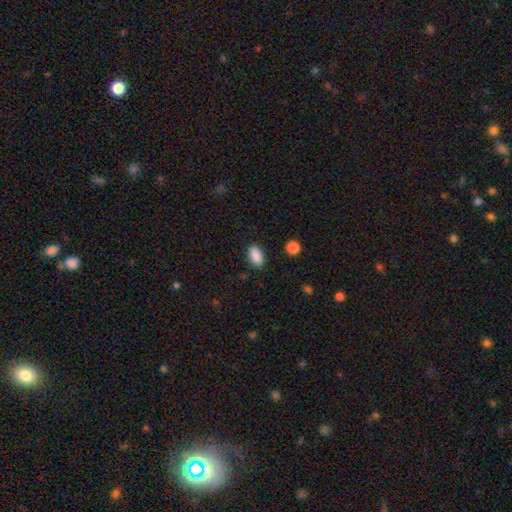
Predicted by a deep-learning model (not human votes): A smooth galaxy with no disk features (89%) that is in between round and cigar-shaped (91%).

Vote fractions:
- Smooth or featured? smooth: 89% / star or artifact: 8% / featured or disk: 3%
- How rounded? in between: 91% / round: 5% / cigar-shaped: 4%
- Merging? none: 87% / minor disturbance: 9% / major disturbance: 2% / merger: 1%